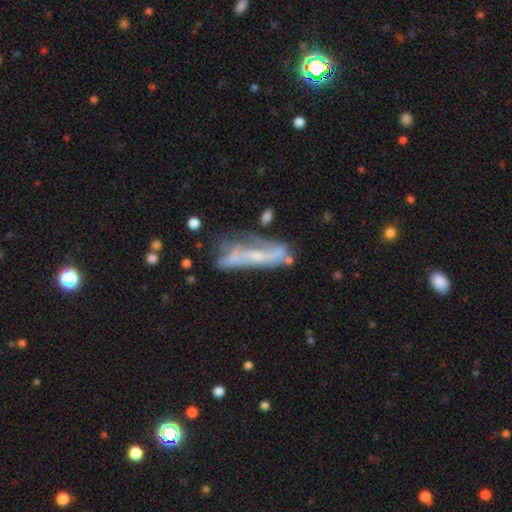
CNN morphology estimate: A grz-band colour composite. It shows a featured or disk galaxy (60%). Merging: none (56%).